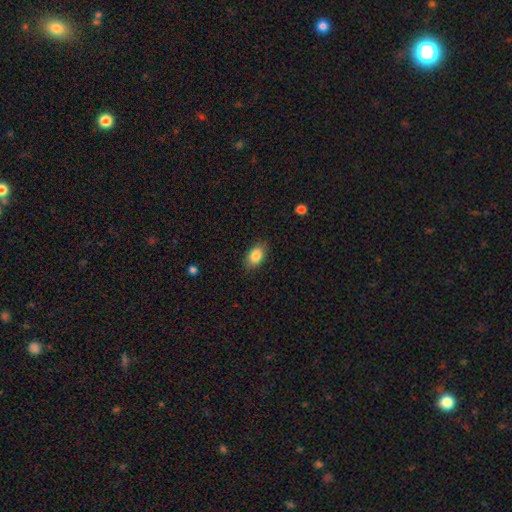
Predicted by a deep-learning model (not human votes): Smooth or featured? smooth (85%)
How rounded? in between (88%)
Merging? none (84%)